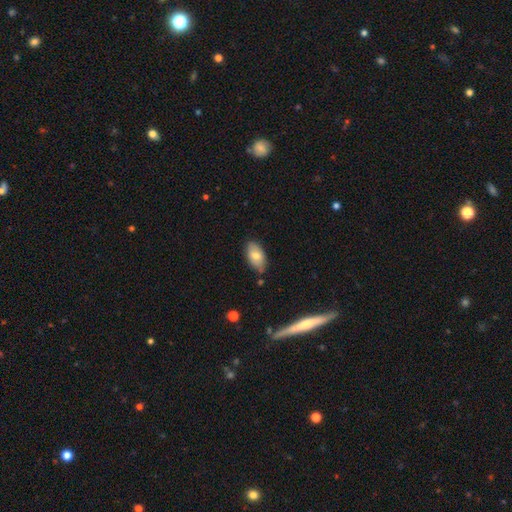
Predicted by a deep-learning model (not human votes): The model was most divided on "smooth or featured": smooth: 74%, featured or disk: 19%, star or artifact: 7%. More confident: how rounded — in between (93%); merging — none (76%).